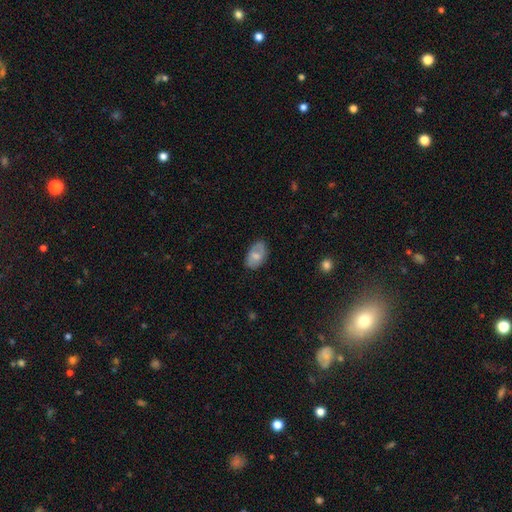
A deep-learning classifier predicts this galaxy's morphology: Smooth or featured: smooth — 66% (featured or disk — 27%)
How rounded: in between — 91% (round — 8%)
Merging: none — 73% (minor disturbance — 21%)